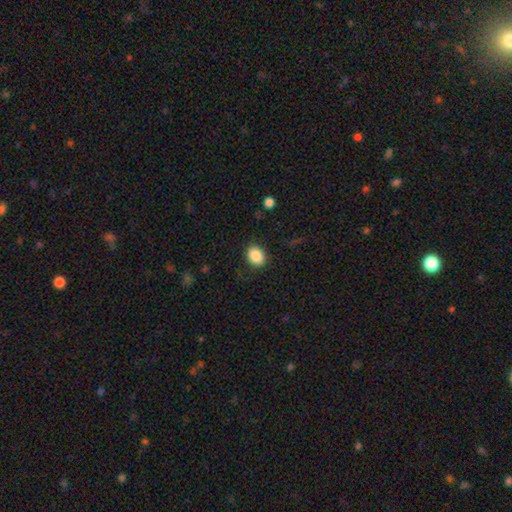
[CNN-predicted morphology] smooth-or-featured: smooth: 88% | star or artifact: 8% | featured or disk: 4%
  how-rounded: in between: 65% | round: 34% | cigar-shaped: 1%
  merging: none: 86% | minor disturbance: 10% | major disturbance: 3% | merger: 1%